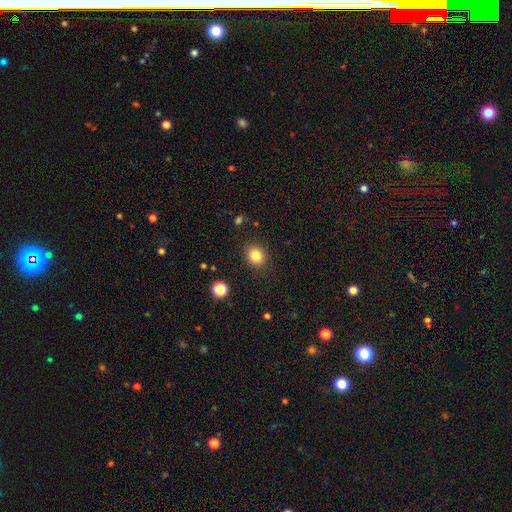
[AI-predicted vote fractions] This is clearly a smooth galaxy (83%). How rounded: likely round (68%). Merging: clearly none (88%).